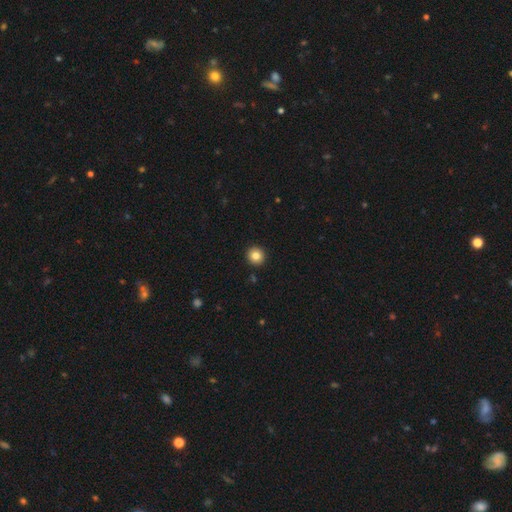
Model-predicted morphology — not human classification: This is clearly a smooth galaxy (83%). How rounded: clearly round (93%). Merging: clearly none (93%).